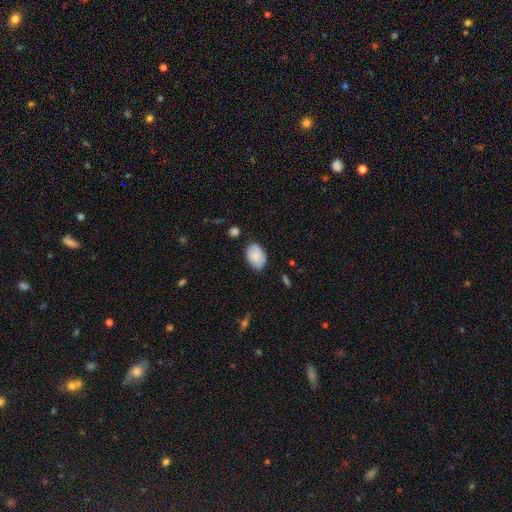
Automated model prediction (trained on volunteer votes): This is clearly a smooth galaxy (81%). How rounded: clearly in between (87%). Merging: likely none (74%).